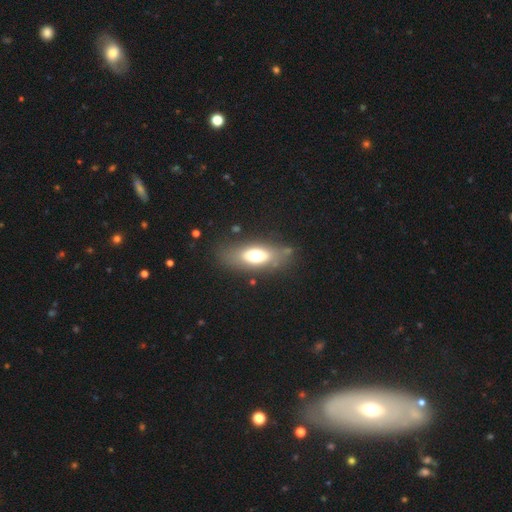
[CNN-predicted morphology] This appears to be a smooth galaxy with no disk features (60%) that is in between round and cigar-shaped (77%). Merging: none (76%).